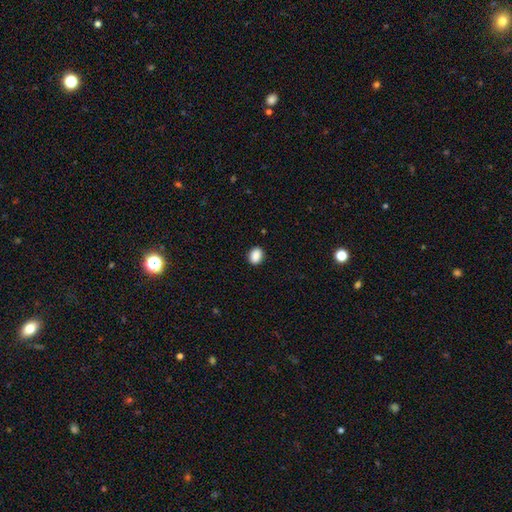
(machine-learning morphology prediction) A smooth galaxy with no disk features (89%) that is in between round and cigar-shaped (60%). Merging: none (90%).